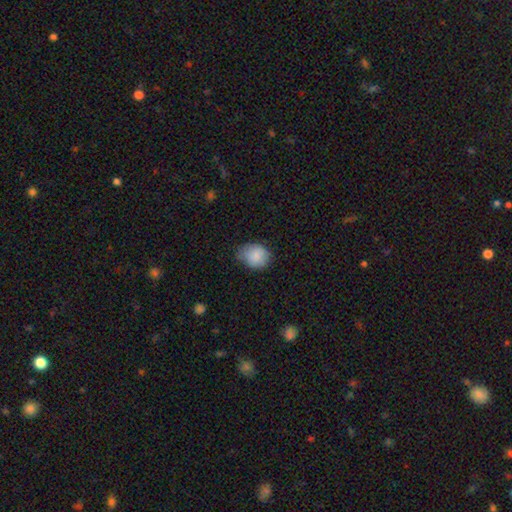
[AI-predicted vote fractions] Smooth or featured?
  - smooth: 85% *
  - featured or disk: 7%
  - star or artifact: 7%
How rounded?
  - in between: 52% *
  - round: 47%
  - cigar-shaped: 1%
Merging?
  - none: 58% *
  - minor disturbance: 34%
  - major disturbance: 7%
  - merger: 1%